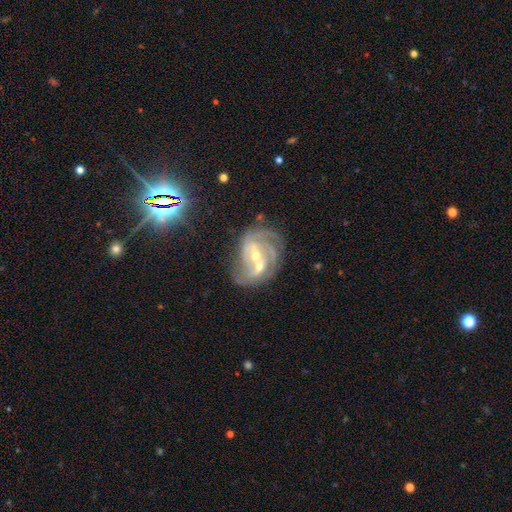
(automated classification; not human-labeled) Smooth or featured?
  - featured or disk: 83% *
  - star or artifact: 9%
  - smooth: 8%
Edge-on disk?
  - no: 97% *
  - yes: 3%
Bar?
  - weak: 41% *
  - strong: 30%
  - no: 29%
Spiral arms?
  - yes: 91% *
  - no: 9%
Spiral winding?
  - medium: 43% *
  - tight: 40%
  - loose: 17%
Spiral arm count?
  - 2: 40% *
  - can't tell: 24%
  - 3: 22%
  - 4: 6%
  - 1: 5%
  - more than 4: 4%
Bulge size?
  - small: 48% *
  - moderate: 47%
  - large: 2%
  - none: 2%
  - dominant: 1%
Merging?
  - merger: 46% *
  - none: 30%
  - minor disturbance: 13%
  - major disturbance: 11%